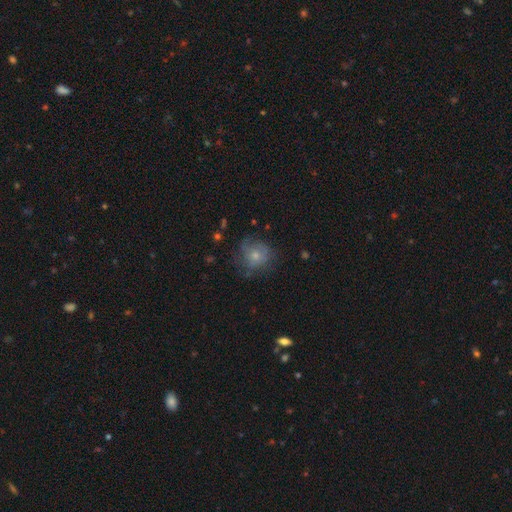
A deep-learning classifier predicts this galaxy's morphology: This is possibly a smooth galaxy (57%). How rounded: clearly round (84%). Merging: likely none (60%).